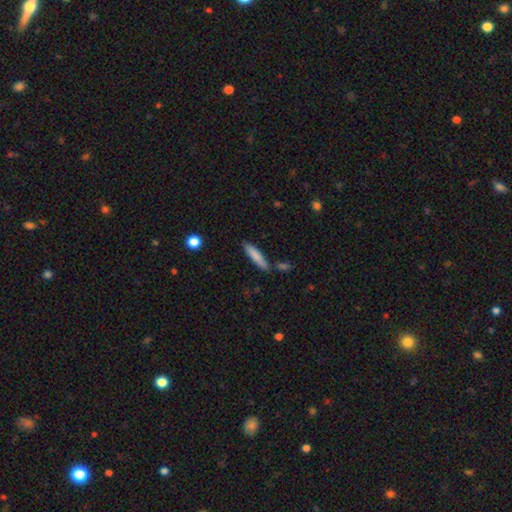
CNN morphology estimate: type=smooth (81%); roundness=cigar-shaped (83%); merging=none (78%).